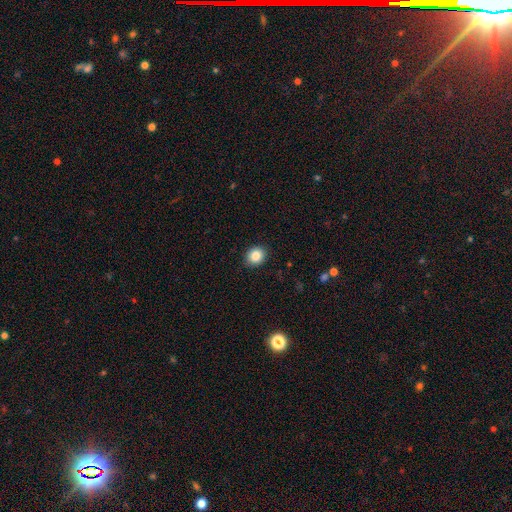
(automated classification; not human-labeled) smooth_or_featured: smooth (p=0.85) [alt: star or artifact p=0.09]
how_rounded: round (p=0.66) [alt: in between p=0.33]
merging: none (p=0.90) [alt: minor disturbance p=0.07]